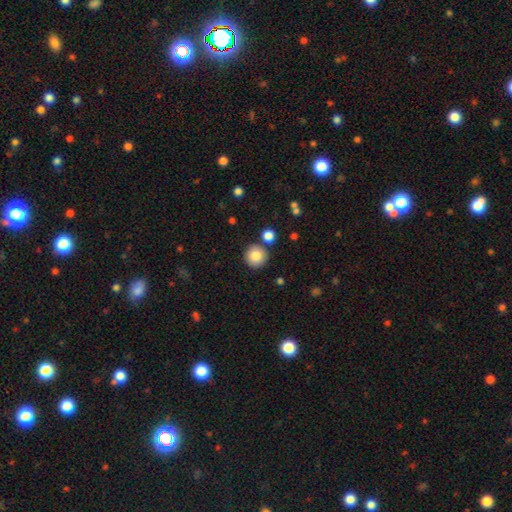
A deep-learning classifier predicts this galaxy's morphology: Q: Smooth or featured?
A: smooth (85%); runner-up: star or artifact (9%)
Q: How rounded?
A: round (95%); runner-up: in between (5%)
Q: Merging?
A: none (84%); runner-up: merger (7%)